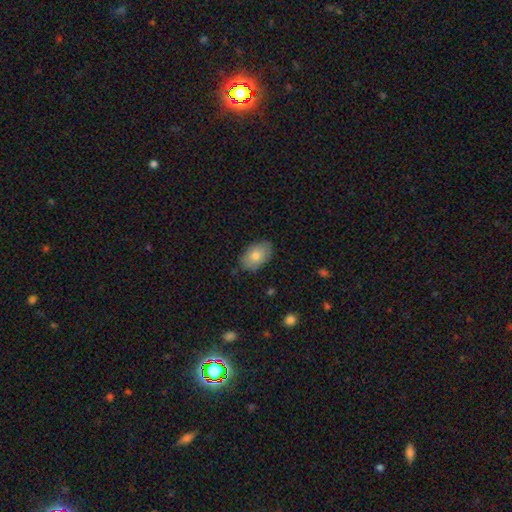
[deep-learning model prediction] Overall: smooth (77%). How rounded: in between (90%). Merging: none (84%).